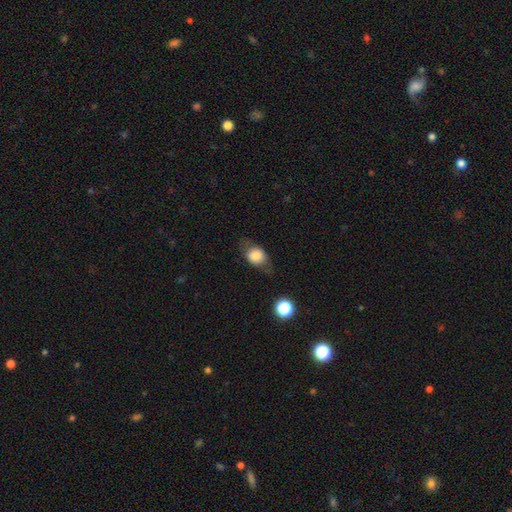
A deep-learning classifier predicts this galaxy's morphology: type=smooth (72%); roundness=in between (55%); merging=none (65%).